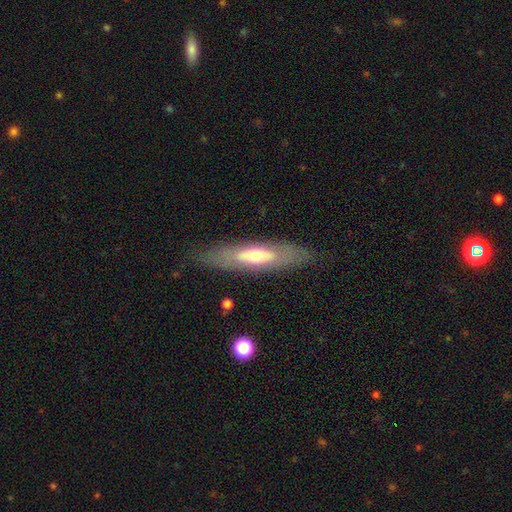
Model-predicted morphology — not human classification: Q: Smooth or featured?
A: featured or disk (49%); runner-up: smooth (45%)
Q: Merging?
A: none (82%); runner-up: minor disturbance (12%)